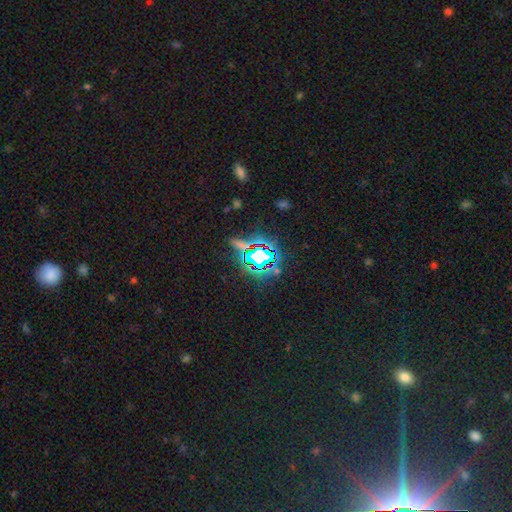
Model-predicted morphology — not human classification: smooth_or_featured: star or artifact (p=0.75) [alt: smooth p=0.15]